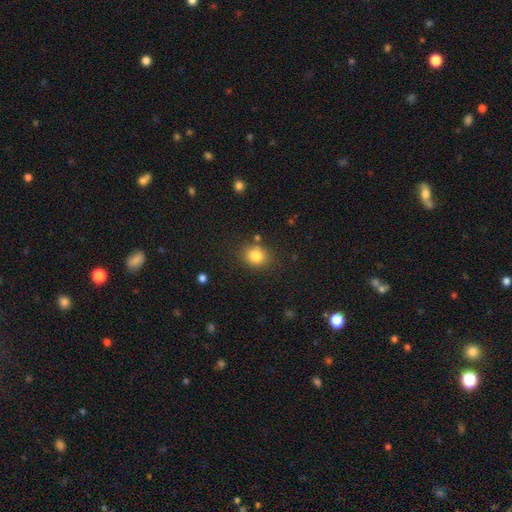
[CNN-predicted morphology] type=smooth (83%); roundness=round (69%); merging=none (80%).